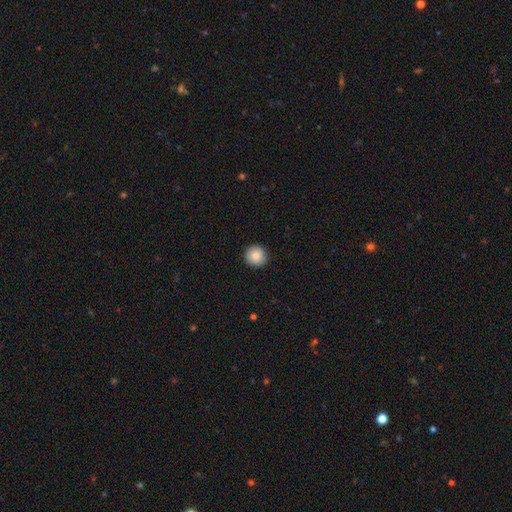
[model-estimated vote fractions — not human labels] Smooth or featured: smooth — 85% (star or artifact — 8%)
How rounded: round — 95% (in between — 4%)
Merging: none — 92% (minor disturbance — 6%)